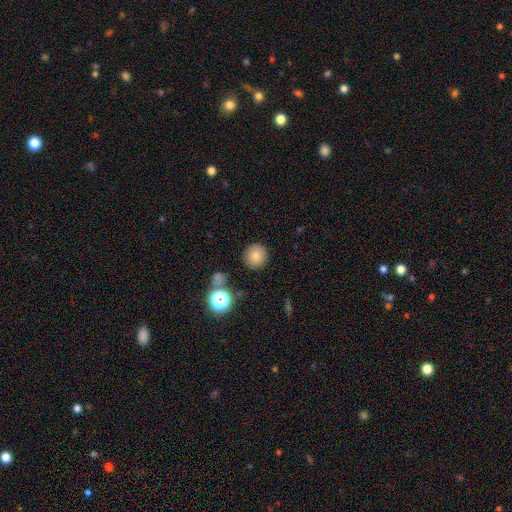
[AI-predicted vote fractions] The model was most divided on "smooth or featured": smooth: 80%, star or artifact: 13%, featured or disk: 7%. More confident: how rounded — round (93%); merging — none (88%).